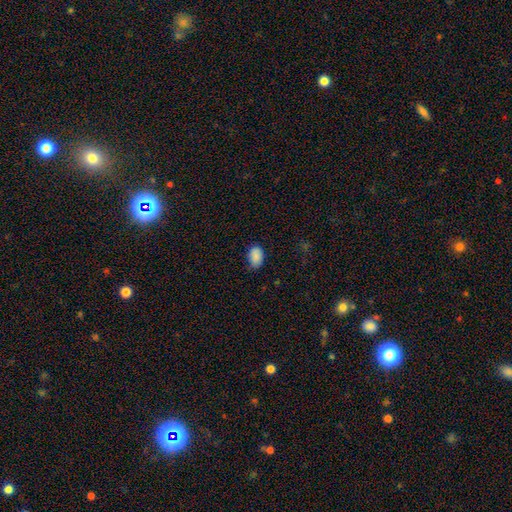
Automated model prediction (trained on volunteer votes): Smooth or featured? smooth (89%)
How rounded? in between (87%)
Merging? none (74%)